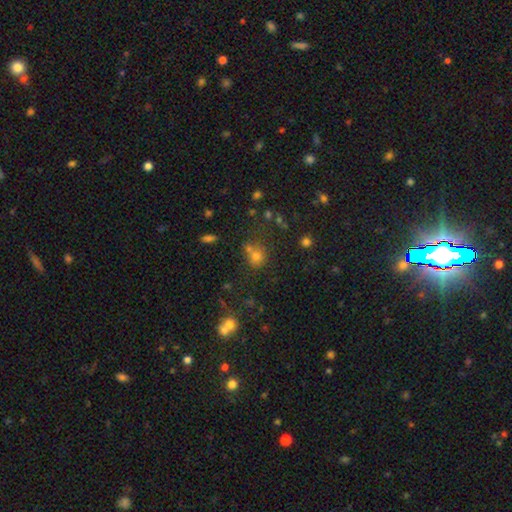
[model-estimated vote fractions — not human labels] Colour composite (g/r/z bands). It shows a smooth galaxy with no disk features (63%) that is round (75%). Merging: none (57%).